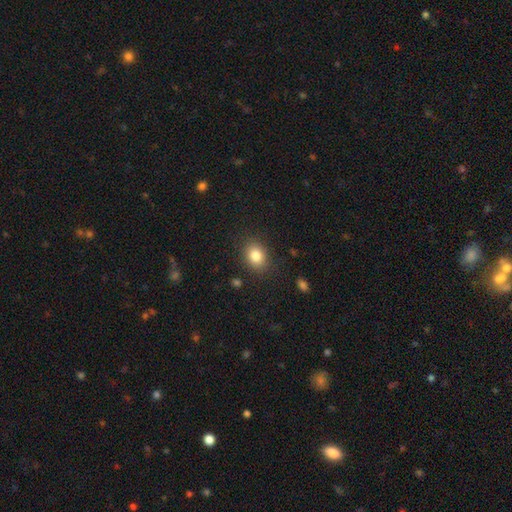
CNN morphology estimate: A smooth galaxy with no disk features (83%) that is in between round and cigar-shaped (51%). Merging: none (86%).